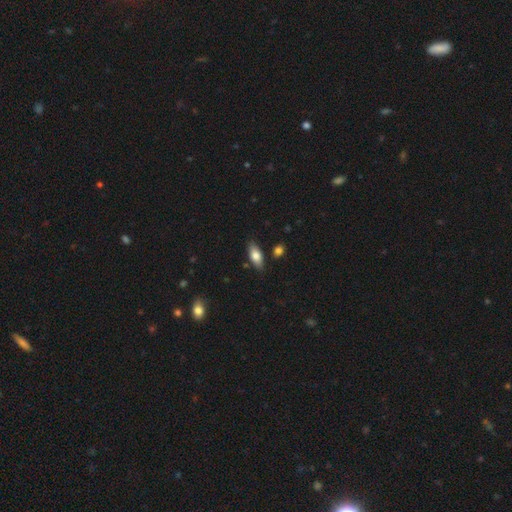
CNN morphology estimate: Smooth or featured: smooth — 75% (featured or disk — 19%)
How rounded: in between — 81% (cigar-shaped — 16%)
Merging: none — 82% (minor disturbance — 12%)